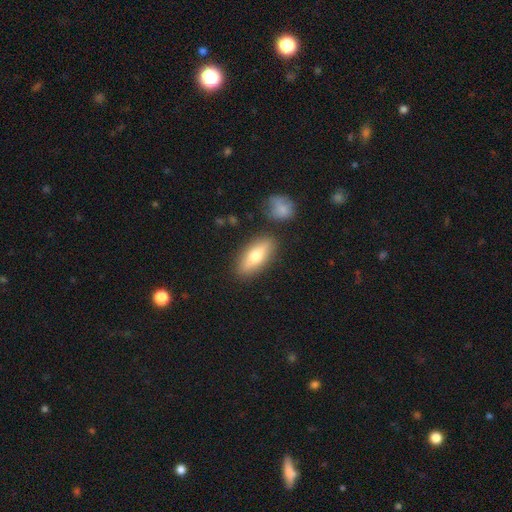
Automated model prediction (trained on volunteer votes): Morphology: type=smooth (56%); roundness=in between (65%); merging=none (83%).